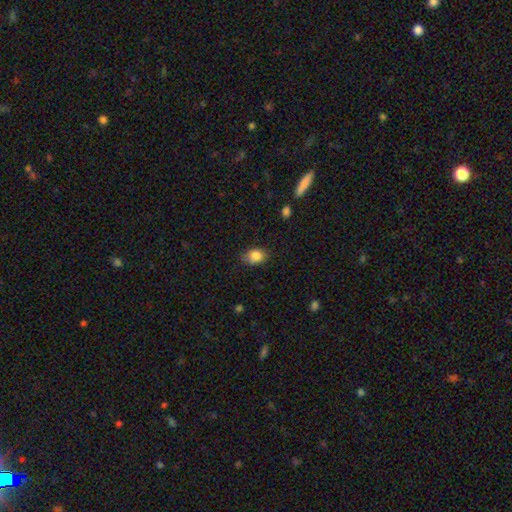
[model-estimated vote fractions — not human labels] This is clearly a smooth galaxy (85%). How rounded: likely in between (62%). Merging: likely none (74%).